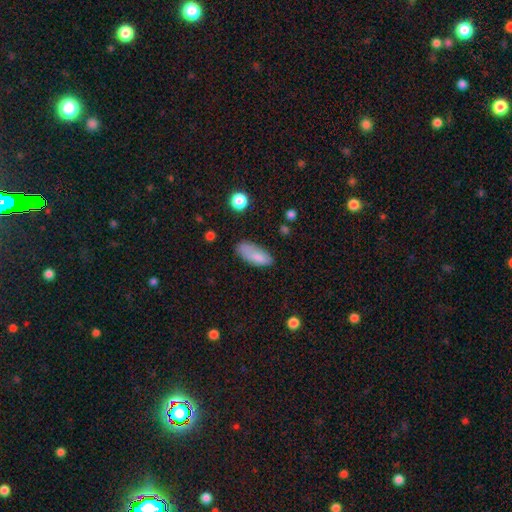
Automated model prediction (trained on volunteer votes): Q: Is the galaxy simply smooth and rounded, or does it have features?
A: smooth — 80%.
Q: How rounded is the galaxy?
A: in between — 80%.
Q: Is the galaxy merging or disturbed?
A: none — 59%.